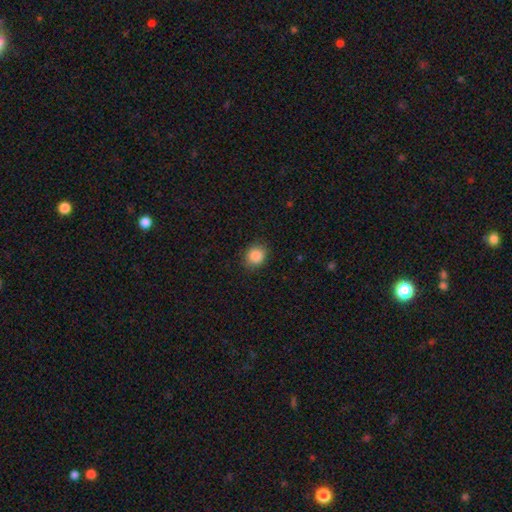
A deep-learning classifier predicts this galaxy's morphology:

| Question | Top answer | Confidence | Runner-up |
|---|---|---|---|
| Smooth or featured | smooth | 88% | star or artifact (9%) |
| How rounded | round | 75% | in between (24%) |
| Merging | none | 86% | minor disturbance (10%) |